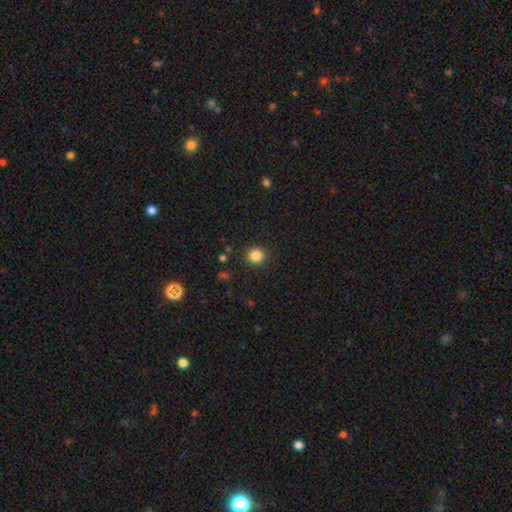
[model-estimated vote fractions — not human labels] Morphology: type=smooth (84%); roundness=round (92%); merging=none (91%).